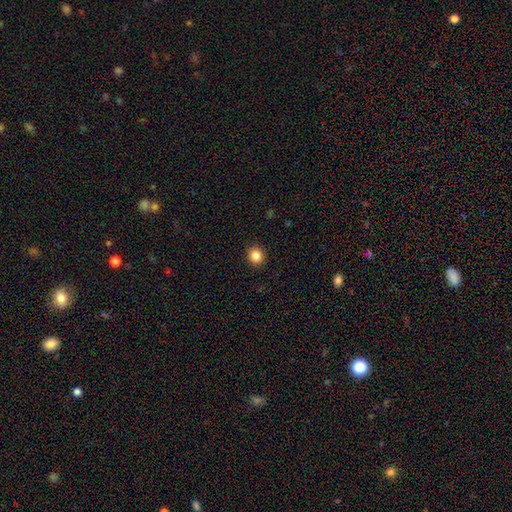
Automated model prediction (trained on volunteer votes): smooth 86%, star or artifact 10%, featured or disk 4%. Down the decision tree: how rounded — round (81%); merging — none (91%).